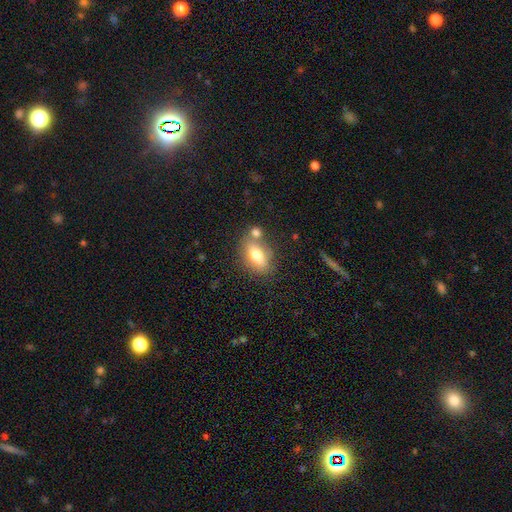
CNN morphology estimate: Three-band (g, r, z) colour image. It shows a smooth galaxy with no disk features (74%) that is in between round and cigar-shaped (83%). Merging: none (64%).